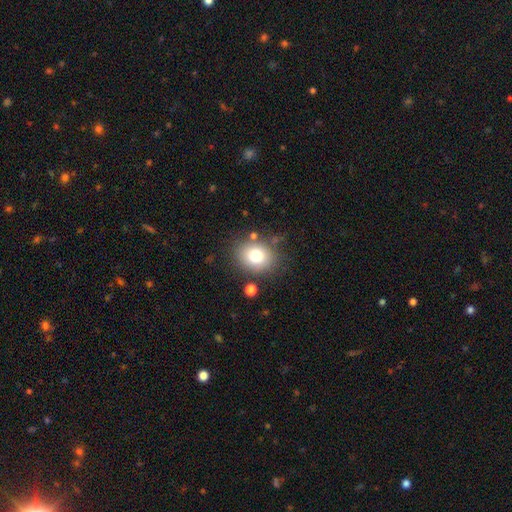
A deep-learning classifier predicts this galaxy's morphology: Overall: smooth (77%). How rounded: round (56%; in between 43%). Merging: none (80%).